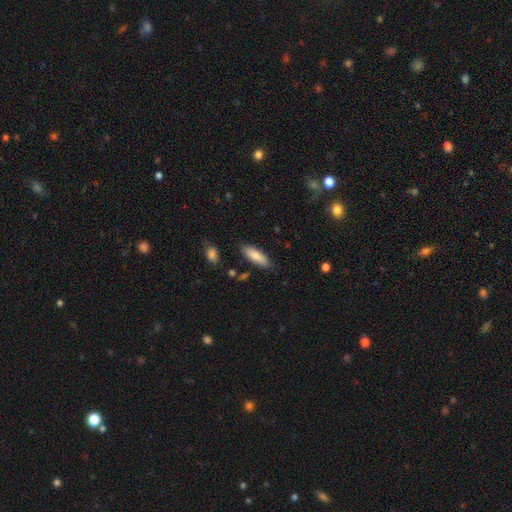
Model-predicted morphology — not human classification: This appears to be a smooth galaxy with no disk features (83%) that is in between round and cigar-shaped (57%). Merging: none (84%).